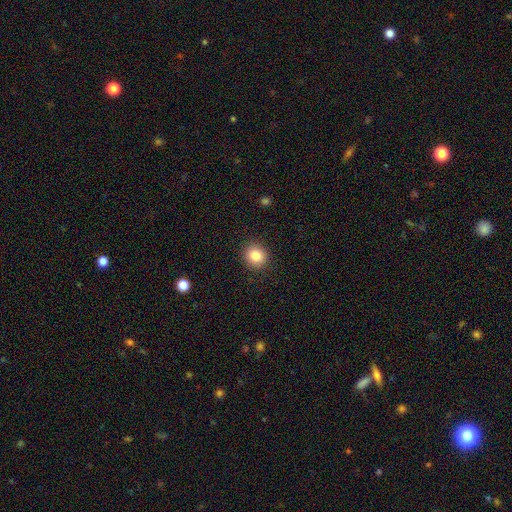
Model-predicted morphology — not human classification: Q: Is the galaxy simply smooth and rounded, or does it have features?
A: smooth — 83%.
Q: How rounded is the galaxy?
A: round — 84%.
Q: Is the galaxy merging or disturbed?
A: none — 91%.